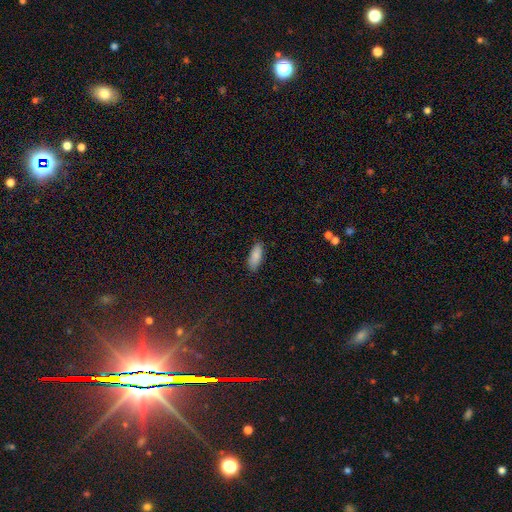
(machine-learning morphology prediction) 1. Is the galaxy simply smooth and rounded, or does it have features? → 87% smooth, 7% star or artifact, 6% featured or disk.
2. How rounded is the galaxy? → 76% in between, 22% cigar-shaped, 2% round.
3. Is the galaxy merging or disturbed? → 86% none, 11% minor disturbance, 2% major disturbance, 1% merger.